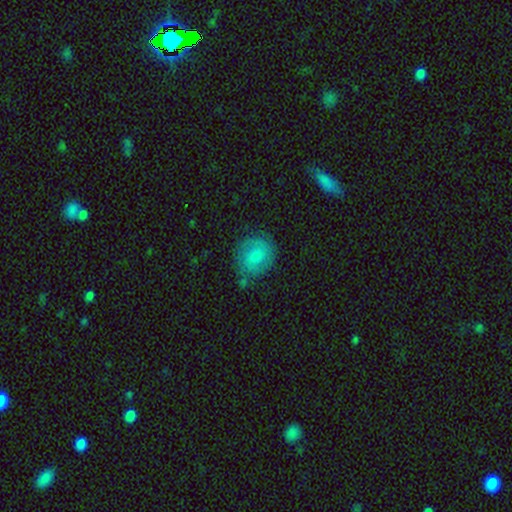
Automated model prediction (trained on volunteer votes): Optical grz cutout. It shows a smooth galaxy with no disk features (66%) that is round (77%). Merging: none (72%).